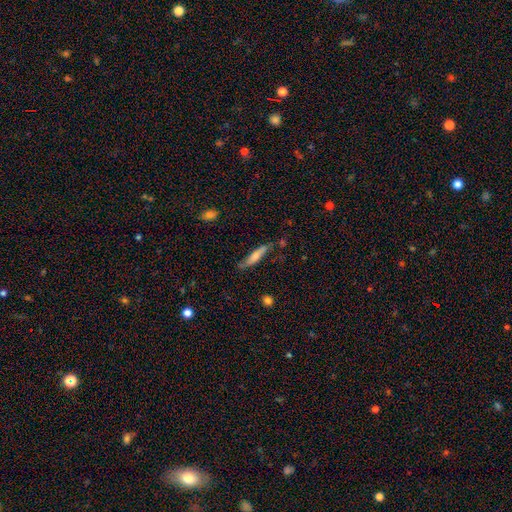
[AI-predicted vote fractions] smooth_or_featured: smooth (p=0.58) [alt: featured or disk p=0.36]
how_rounded: cigar-shaped (p=0.84) [alt: in between p=0.15]
merging: none (p=0.67) [alt: minor disturbance p=0.24]